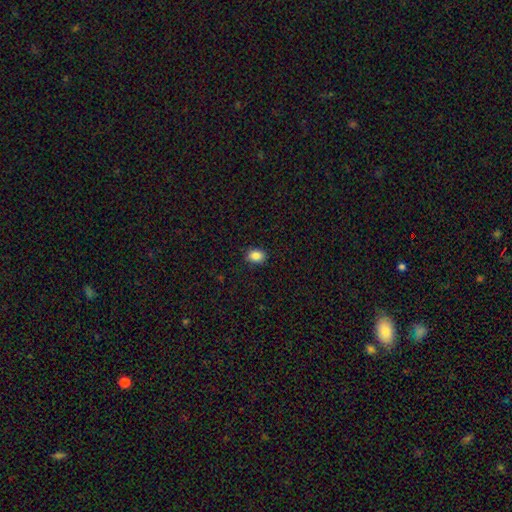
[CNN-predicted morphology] Smooth or featured? smooth (87%)
How rounded? in between (64%)
Merging? none (88%)